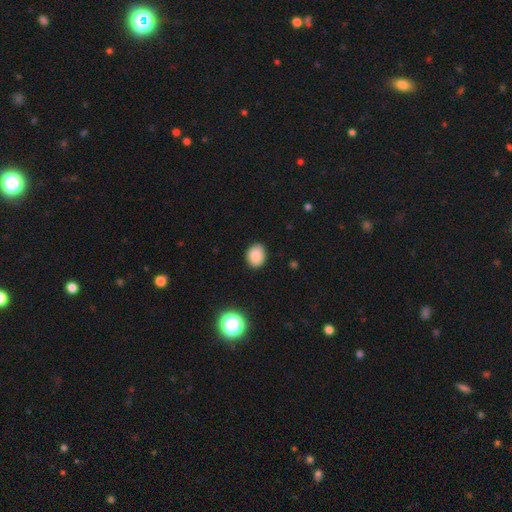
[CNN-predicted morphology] type=smooth (86%); roundness=in between (54%); merging=none (84%).